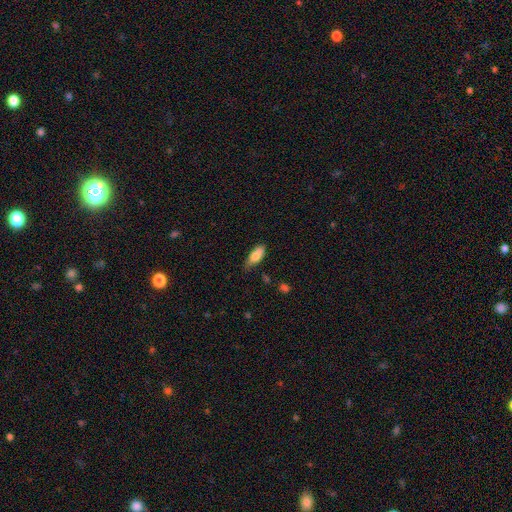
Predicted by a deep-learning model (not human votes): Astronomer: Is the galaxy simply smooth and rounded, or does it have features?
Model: smooth — 76%.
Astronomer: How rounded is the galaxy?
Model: in between — 74%.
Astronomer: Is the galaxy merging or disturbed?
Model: none — 56% (runner-up: minor disturbance, 33%).